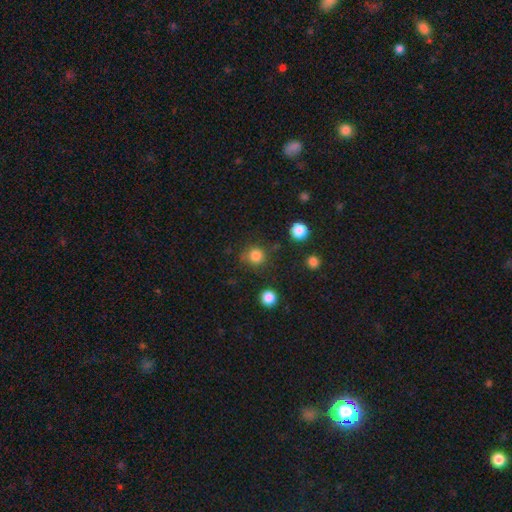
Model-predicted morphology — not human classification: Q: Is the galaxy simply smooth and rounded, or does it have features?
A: smooth — 83%.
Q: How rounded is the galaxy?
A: round — 93%.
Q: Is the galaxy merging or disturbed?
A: none — 81%.